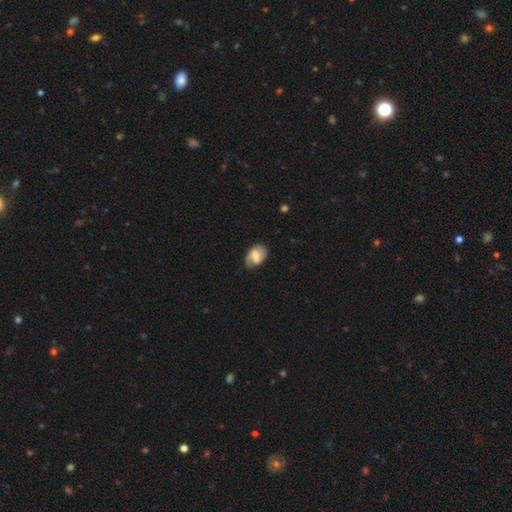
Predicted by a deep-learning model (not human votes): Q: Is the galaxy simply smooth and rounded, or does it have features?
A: smooth — 51%.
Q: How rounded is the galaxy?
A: in between — 80%.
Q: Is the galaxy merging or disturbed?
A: none — 57%.